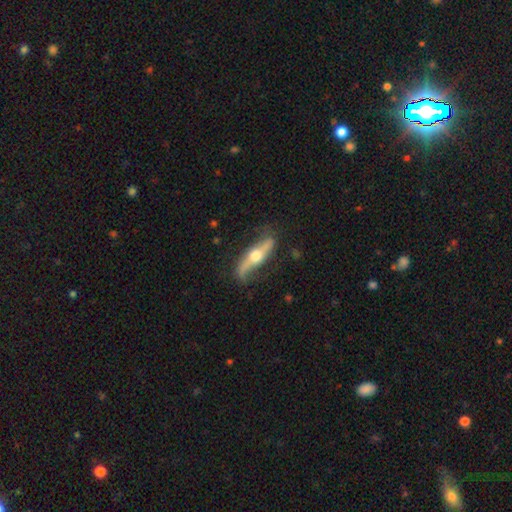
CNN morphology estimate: A featured or disk galaxy (72%) viewed edge-on (64%). Merging: none (73%).